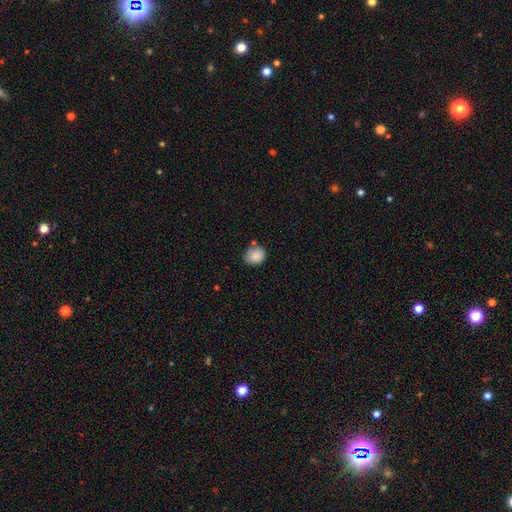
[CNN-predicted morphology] Q: Smooth or featured?
A: smooth (85%); runner-up: star or artifact (8%)
Q: How rounded?
A: round (56%); runner-up: in between (43%)
Q: Merging?
A: none (68%); runner-up: minor disturbance (21%)